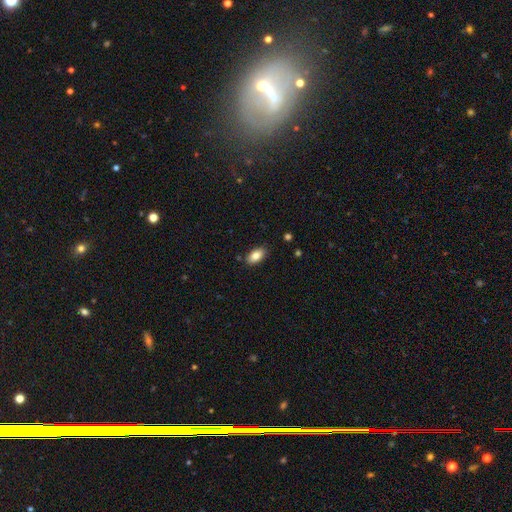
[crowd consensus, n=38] Smooth or featured? smooth (87%)
How rounded? in between (91%)
Merging? none (89%)